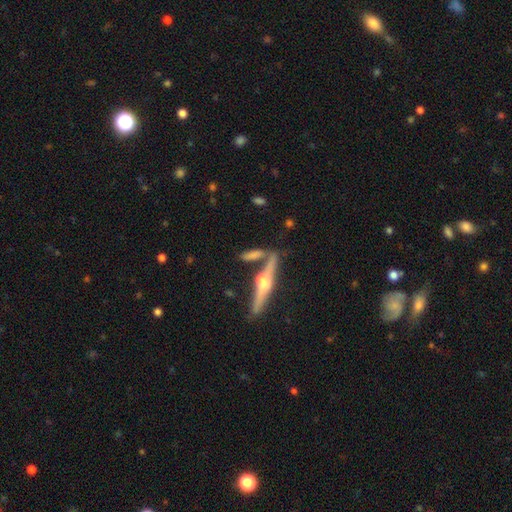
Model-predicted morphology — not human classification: A featured or disk galaxy (65%) viewed edge-on (93%) with a rounded central bulge (91%).

Vote fractions:
- Smooth or featured? featured or disk: 65% / smooth: 27% / star or artifact: 8%
- Edge-on disk? yes: 93% / no: 7%
- Edge-on bulge? rounded: 91% / none: 5% / boxy: 4%
- Merging? none: 65% / merger: 19% / minor disturbance: 12% / major disturbance: 4%